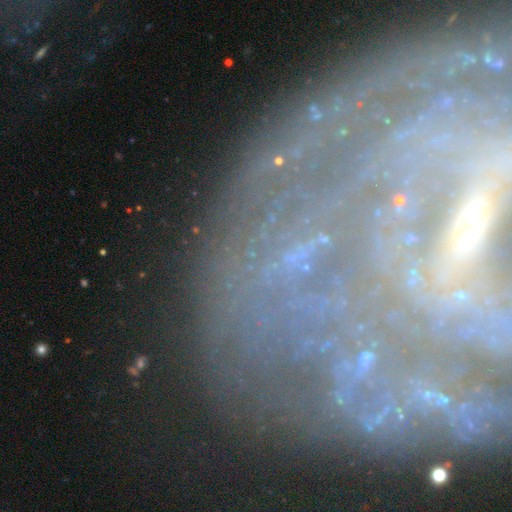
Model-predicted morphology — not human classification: This appears to be a featured or disk galaxy (57%). Merging: none (69%).